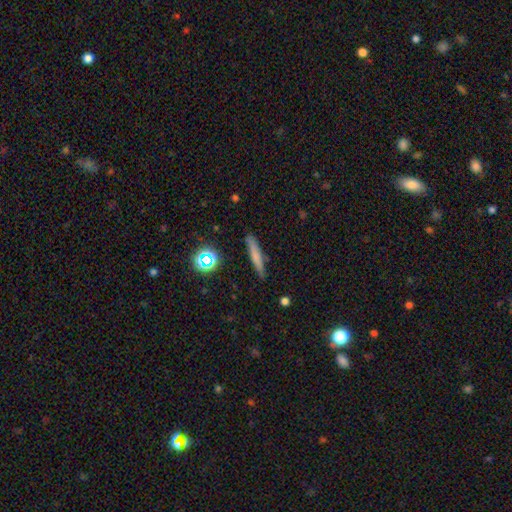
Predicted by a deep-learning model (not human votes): smooth-or-featured: smooth: 65% | featured or disk: 24% | star or artifact: 11%
  how-rounded: cigar-shaped: 90% | in between: 6% | round: 4%
  merging: none: 86% | minor disturbance: 10% | major disturbance: 2% | merger: 2%